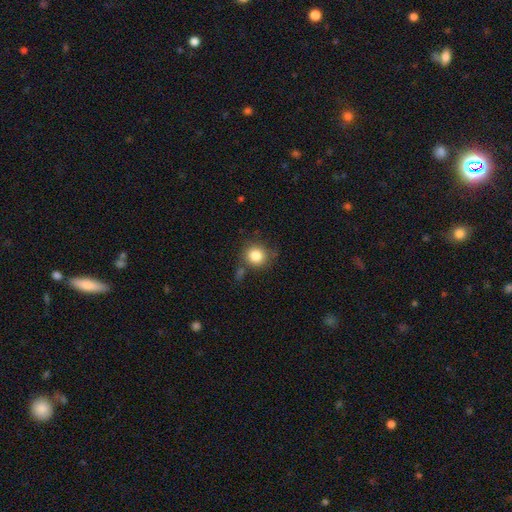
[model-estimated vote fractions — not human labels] Smooth or featured? smooth (84%)
How rounded? round (89%)
Merging? none (75%)